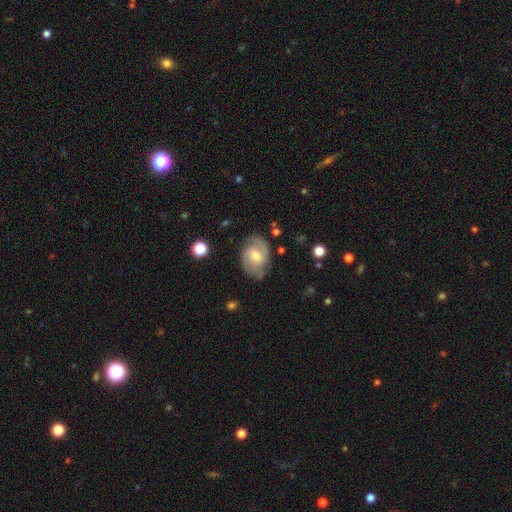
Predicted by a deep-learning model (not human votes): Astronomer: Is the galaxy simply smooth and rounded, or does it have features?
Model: featured or disk — 76%.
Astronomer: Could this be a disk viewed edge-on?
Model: no — 97%.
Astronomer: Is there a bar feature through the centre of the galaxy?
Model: weak — 46% (runner-up: no, 44%).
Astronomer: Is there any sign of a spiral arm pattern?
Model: yes — 93%.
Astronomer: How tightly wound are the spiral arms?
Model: medium — 49% (runner-up: tight, 33%).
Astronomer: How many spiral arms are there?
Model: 2 — 82%.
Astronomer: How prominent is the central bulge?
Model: moderate — 52% (runner-up: small, 43%).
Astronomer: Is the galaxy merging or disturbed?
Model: none — 76%.